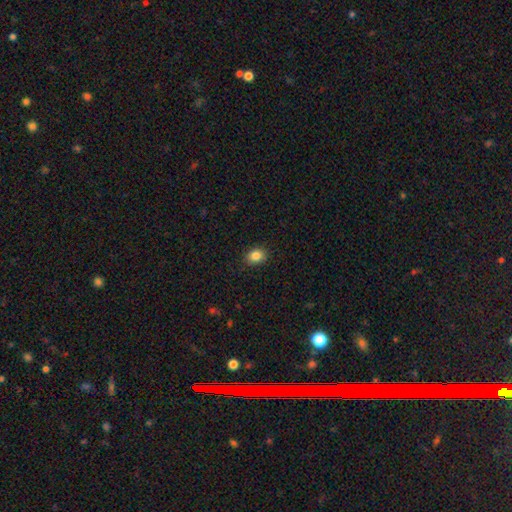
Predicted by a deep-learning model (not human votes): Morphology: type=smooth (85%); roundness=in between (51%); merging=none (88%).